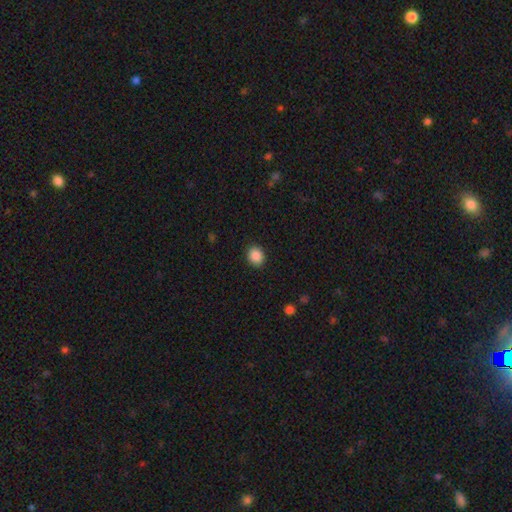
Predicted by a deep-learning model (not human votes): Q: Smooth or featured?
A: smooth (88%); runner-up: star or artifact (9%)
Q: How rounded?
A: round (59%); runner-up: in between (40%)
Q: Merging?
A: none (89%); runner-up: minor disturbance (7%)